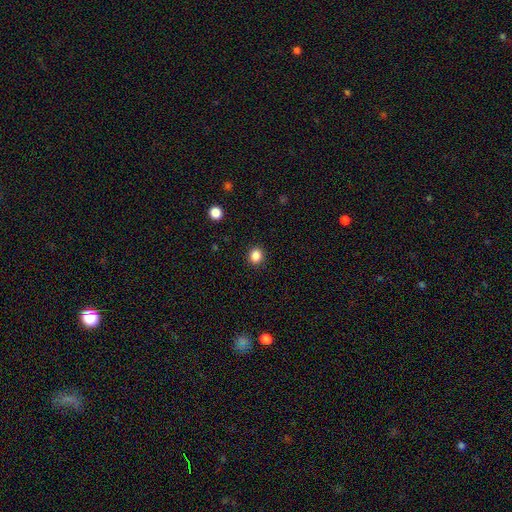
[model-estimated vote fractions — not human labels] Smooth or featured?
  - smooth: 86% *
  - star or artifact: 11%
  - featured or disk: 3%
How rounded?
  - round: 78% *
  - in between: 21%
  - cigar-shaped: 1%
Merging?
  - none: 91% *
  - minor disturbance: 6%
  - major disturbance: 2%
  - merger: 1%